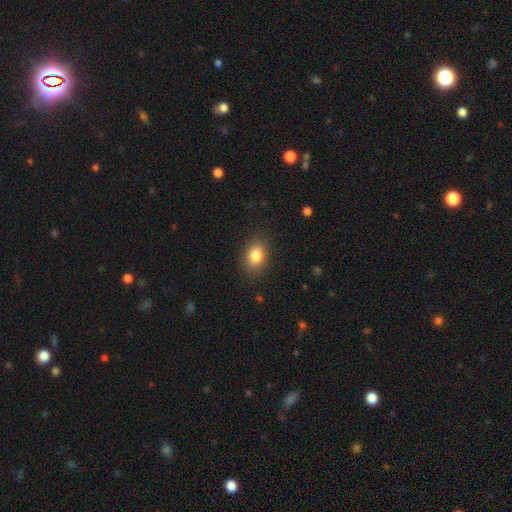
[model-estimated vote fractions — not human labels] The model was most divided on "how rounded": in between: 68%, round: 30%, cigar-shaped: 1%. More confident: merging — none (86%); smooth or featured — smooth (83%).